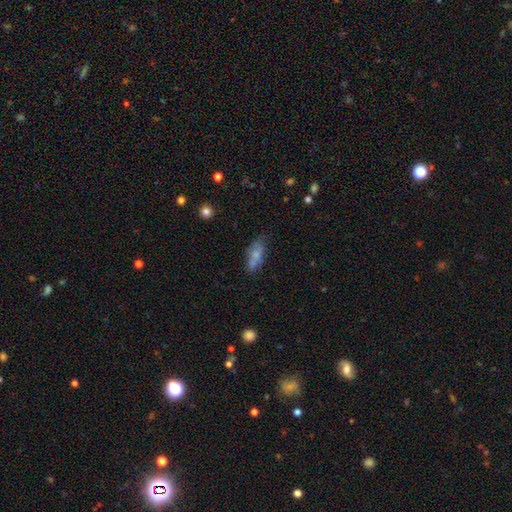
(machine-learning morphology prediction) smooth-or-featured: smooth: 62% | featured or disk: 28% | star or artifact: 10%
  how-rounded: in between: 73% | cigar-shaped: 22% | round: 5%
  merging: none: 47% | merger: 22% | minor disturbance: 21% | major disturbance: 9%